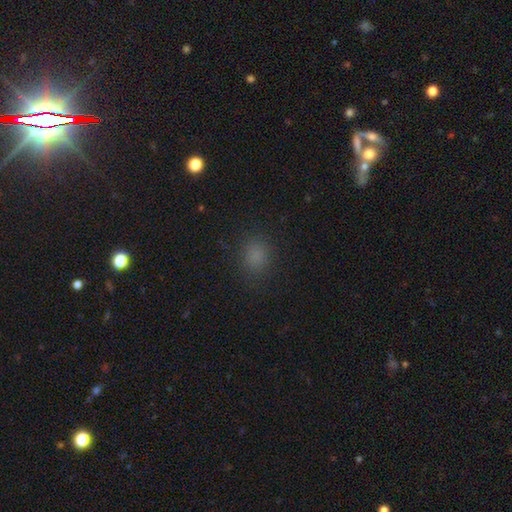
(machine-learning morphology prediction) type=smooth (79%); roundness=round (67%); merging=none (85%).